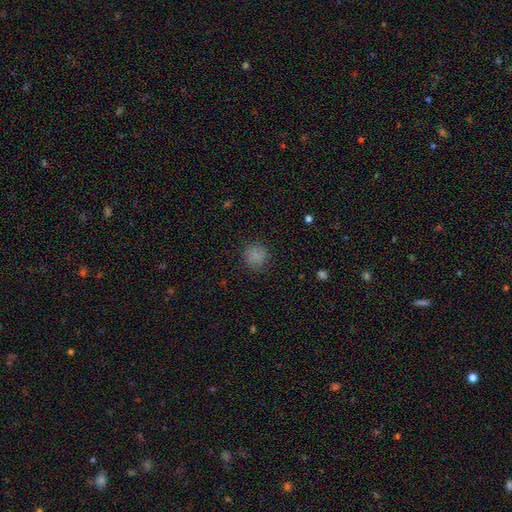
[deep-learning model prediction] Overall: smooth (83%). How rounded: round (90%). Merging: none (85%).